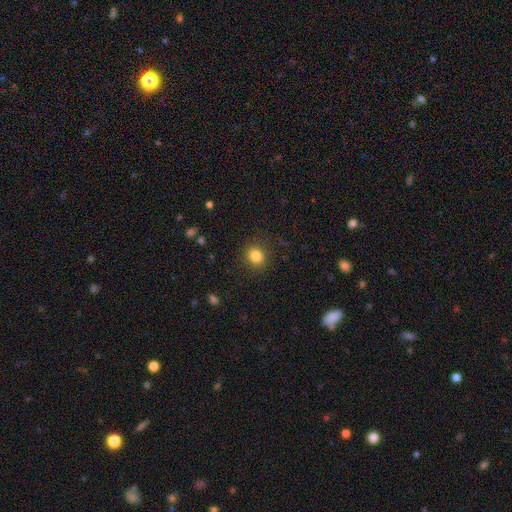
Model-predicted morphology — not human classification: The model was most divided on "how rounded": round: 83%, in between: 16%, cigar-shaped: 1%. More confident: merging — none (87%); smooth or featured — smooth (83%).